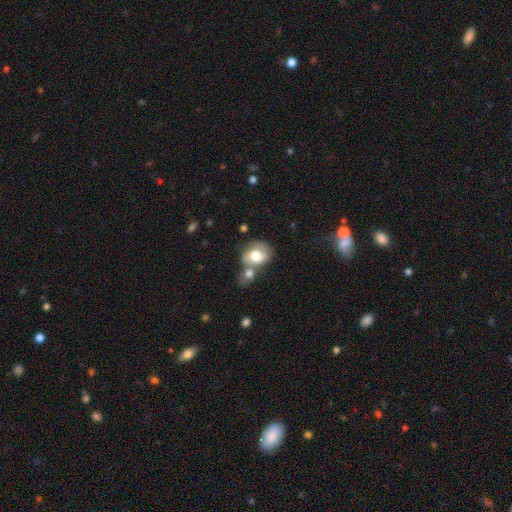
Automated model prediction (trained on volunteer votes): This is likely a smooth galaxy (64%). How rounded: possibly in between (56%). Merging: marginally merger (44%).